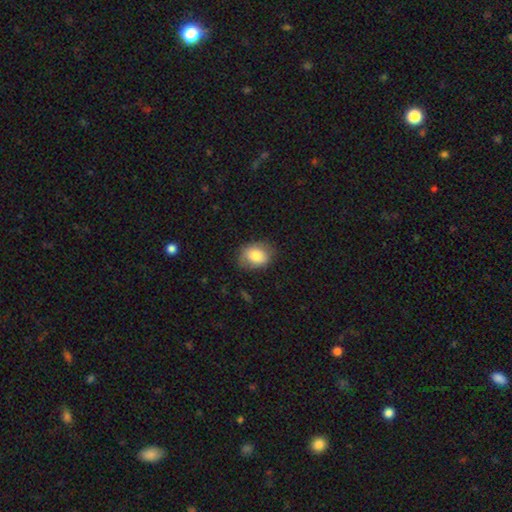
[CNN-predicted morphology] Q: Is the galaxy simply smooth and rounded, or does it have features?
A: smooth — 80%.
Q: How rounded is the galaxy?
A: in between — 61%.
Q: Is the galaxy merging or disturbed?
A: none — 74%.